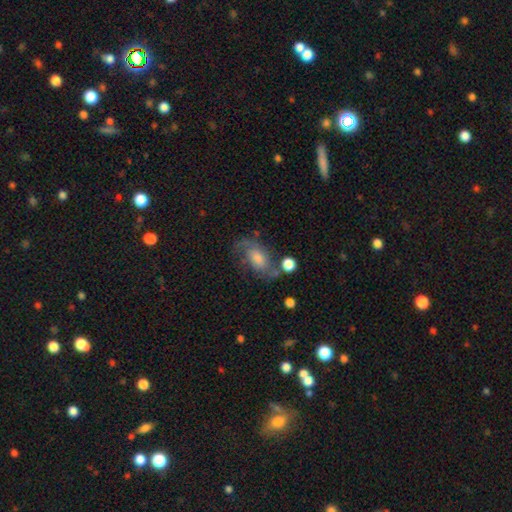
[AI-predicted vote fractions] featured or disk 69%, smooth 20%, star or artifact 11%. Down the decision tree: edge-on disk — no (95%); bar — no (61%); spiral arms — yes (91%); spiral arm count — 2 (82%); spiral winding — medium (47%); bulge size — moderate (44%); merging — none (63%).